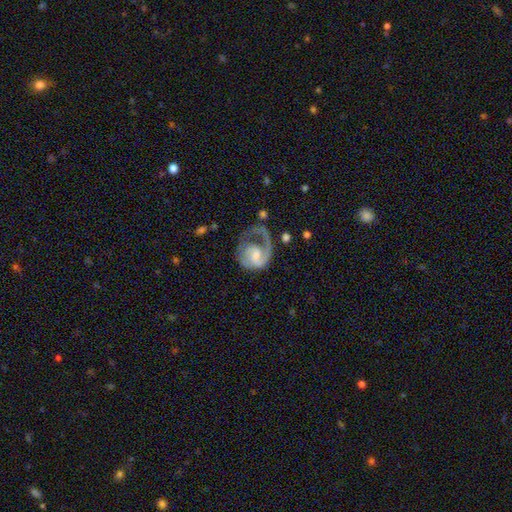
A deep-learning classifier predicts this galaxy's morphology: Q: Smooth or featured?
A: featured or disk (74%); runner-up: smooth (21%)
Q: Edge-on disk?
A: no (98%); runner-up: yes (2%)
Q: Bar?
A: no (46%); runner-up: weak (44%)
Q: Spiral arms?
A: yes (88%); runner-up: no (12%)
Q: Spiral winding?
A: medium (41%); runner-up: loose (30%)
Q: Spiral arm count?
A: 1 (70%); runner-up: 2 (20%)
Q: Bulge size?
A: moderate (34%); runner-up: small (32%)
Q: Merging?
A: major disturbance (47%); runner-up: none (32%)